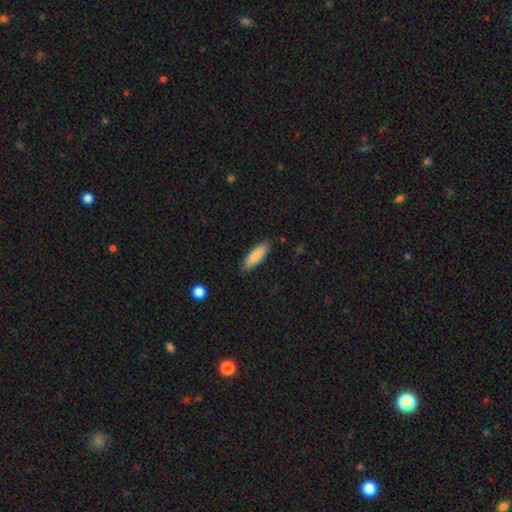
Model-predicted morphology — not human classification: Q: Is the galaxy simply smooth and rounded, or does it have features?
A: smooth — 84%.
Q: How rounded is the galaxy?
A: in between — 50%.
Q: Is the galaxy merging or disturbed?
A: none — 85%.